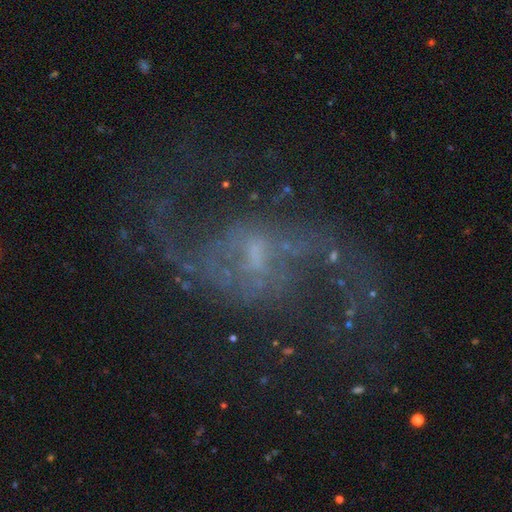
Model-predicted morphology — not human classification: Smooth or featured?
  - featured or disk: 87% *
  - star or artifact: 8%
  - smooth: 4%
Edge-on disk?
  - no: 97% *
  - yes: 3%
Bar?
  - weak: 55% *
  - no: 28%
  - strong: 16%
Spiral arms?
  - yes: 95% *
  - no: 5%
Spiral winding?
  - loose: 70% *
  - medium: 25%
  - tight: 5%
Spiral arm count?
  - 2: 92% *
  - can't tell: 3%
  - 1: 2%
  - 3: 1%
  - 4: 1%
  - more than 4: 1%
Bulge size?
  - small: 61% *
  - moderate: 21%
  - none: 15%
  - large: 2%
  - dominant: 1%
Merging?
  - none: 71% *
  - minor disturbance: 14%
  - major disturbance: 13%
  - merger: 2%